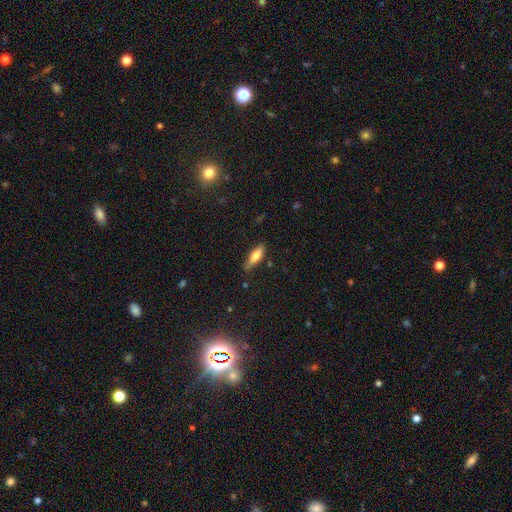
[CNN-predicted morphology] smooth-or-featured: smooth: 68% | featured or disk: 25% | star or artifact: 7%
  how-rounded: in between: 52% | cigar-shaped: 46% | round: 2%
  merging: none: 74% | minor disturbance: 20% | major disturbance: 4% | merger: 2%